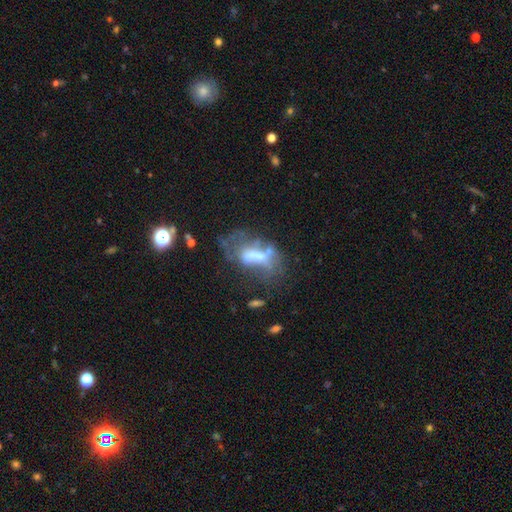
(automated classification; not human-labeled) The model was most divided on "bulge size": moderate: 32%, none: 29%, small: 19%, large: 17%, dominant: 3%. Remaining: edge-on disk — no (93%); spiral arms — no (81%); bar — no (57%); smooth or featured — featured or disk (54%); merging — major disturbance (37%).